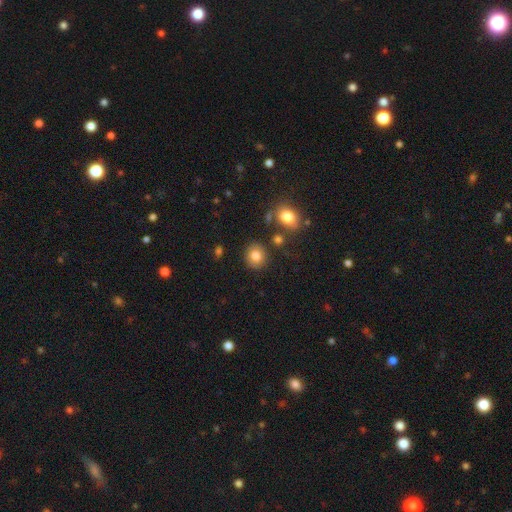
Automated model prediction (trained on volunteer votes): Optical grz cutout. It shows a smooth galaxy with no disk features (82%) that is round (76%). Merging: none (84%).